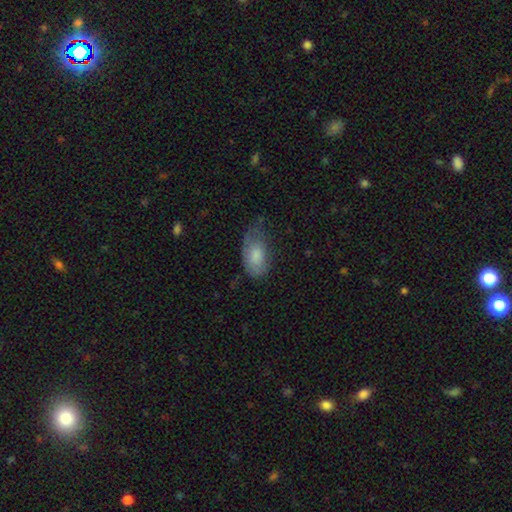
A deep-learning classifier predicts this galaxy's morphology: smooth_or_featured: smooth (p=0.77) [alt: featured or disk p=0.16]
how_rounded: in between (p=0.93) [alt: round p=0.05]
merging: none (p=0.40) [alt: minor disturbance p=0.39]